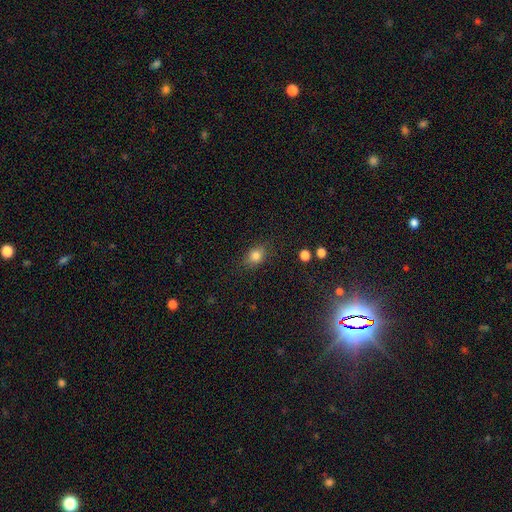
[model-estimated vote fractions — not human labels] A smooth galaxy with no disk features (81%) that is in between round and cigar-shaped (62%).

Vote fractions:
- Smooth or featured? smooth: 81% / star or artifact: 11% / featured or disk: 8%
- How rounded? in between: 62% / round: 35% / cigar-shaped: 2%
- Merging? none: 81% / minor disturbance: 14% / major disturbance: 4% / merger: 1%